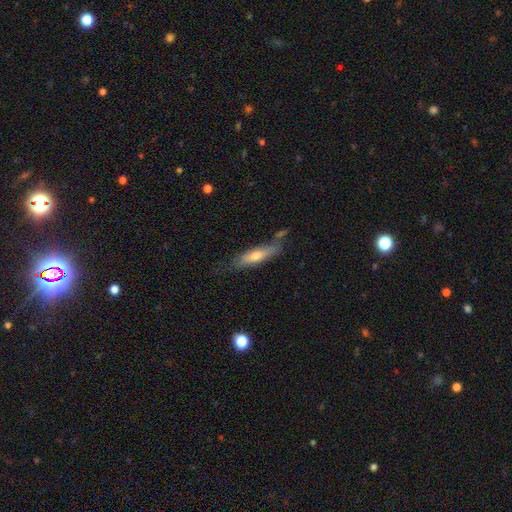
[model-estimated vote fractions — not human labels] Morphology: type=smooth (55%); roundness=cigar-shaped (73%); merging=none (64%).